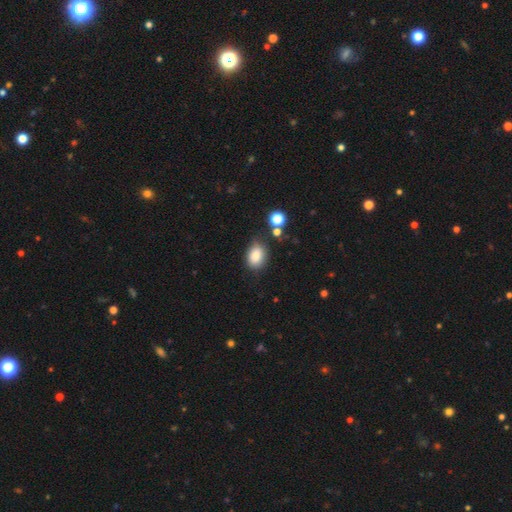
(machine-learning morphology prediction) A smooth galaxy with no disk features (84%) that is in between round and cigar-shaped (74%).

Vote fractions:
- Smooth or featured? smooth: 84% / star or artifact: 10% / featured or disk: 6%
- How rounded? in between: 74% / round: 25% / cigar-shaped: 1%
- Merging? none: 69% / minor disturbance: 20% / merger: 6% / major disturbance: 5%